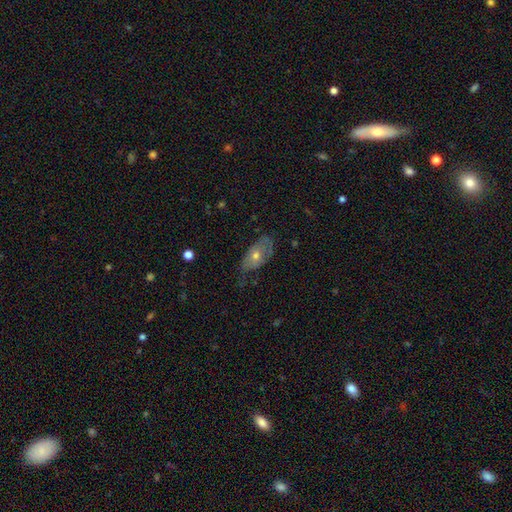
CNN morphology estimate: A featured or disk galaxy (48%). Merging: none (53%).